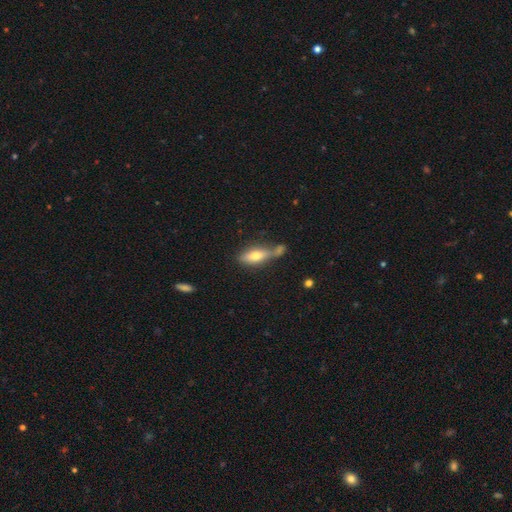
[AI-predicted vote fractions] smooth 60%, featured or disk 32%, star or artifact 7%. Down the decision tree: how rounded — in between (60%); merging — none (43%).